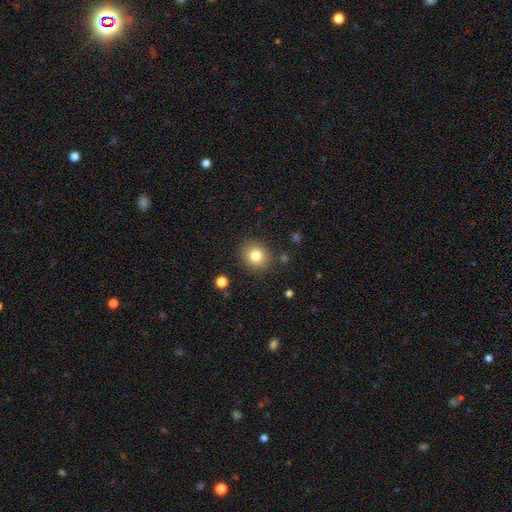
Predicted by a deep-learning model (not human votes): Morphology: type=smooth (80%); roundness=round (79%); merging=none (87%).